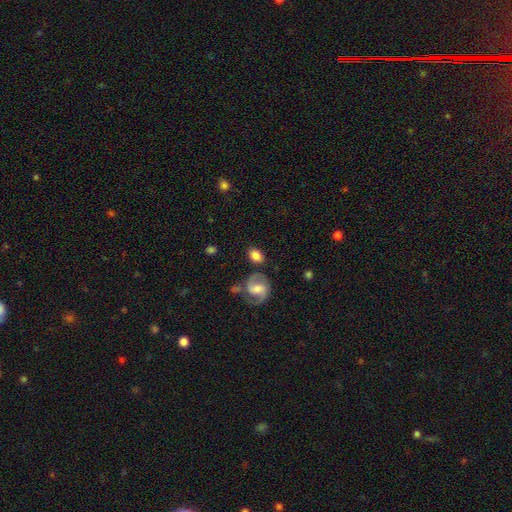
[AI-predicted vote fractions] Q: Smooth or featured?
A: smooth (70%); runner-up: featured or disk (23%)
Q: How rounded?
A: in between (68%); runner-up: round (30%)
Q: Merging?
A: none (70%); runner-up: minor disturbance (16%)